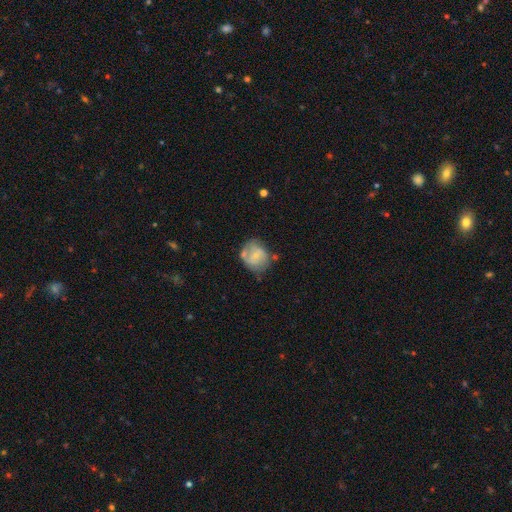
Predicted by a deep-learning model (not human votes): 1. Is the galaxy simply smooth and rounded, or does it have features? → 51% featured or disk, 42% smooth, 7% star or artifact.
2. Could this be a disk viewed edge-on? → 98% no, 2% yes.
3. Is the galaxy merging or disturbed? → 51% none, 27% minor disturbance, 13% major disturbance, 8% merger.